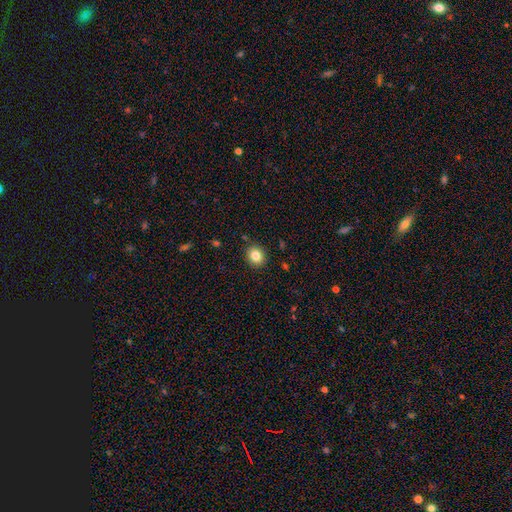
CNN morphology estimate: The model was most divided on "how rounded": round: 72%, in between: 27%, cigar-shaped: 1%. More confident: merging — none (88%); smooth or featured — smooth (83%).